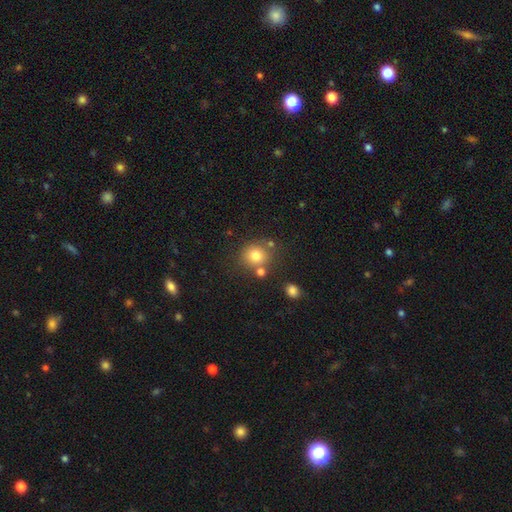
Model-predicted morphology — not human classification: Smooth or featured: smooth — 77% (star or artifact — 13%)
How rounded: round — 84% (in between — 15%)
Merging: none — 71% (merger — 14%)